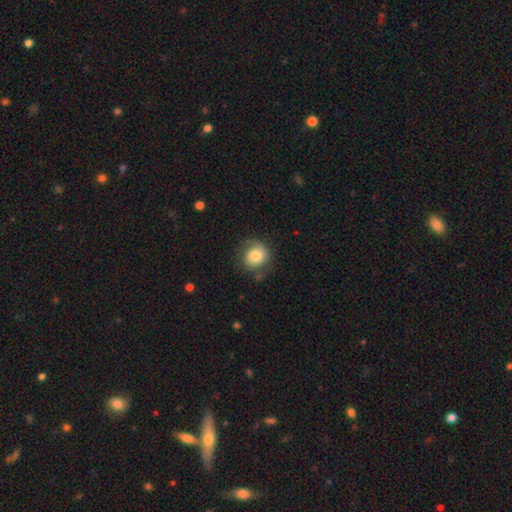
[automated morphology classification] A smooth galaxy with no disk features (65%) that is round (76%).

Vote fractions:
- Smooth or featured? smooth: 65% / featured or disk: 27% / star or artifact: 8%
- How rounded? round: 76% / in between: 23% / cigar-shaped: 1%
- Merging? none: 61% / minor disturbance: 25% / major disturbance: 13% / merger: 2%